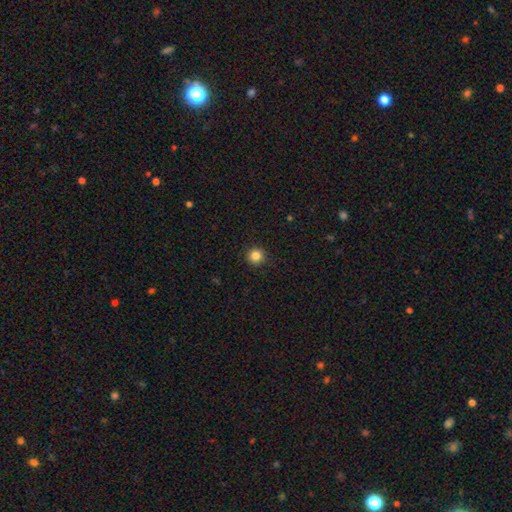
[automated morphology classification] The model was most divided on "smooth or featured": smooth: 84%, star or artifact: 12%, featured or disk: 4%. More confident: how rounded — round (95%); merging — none (92%).